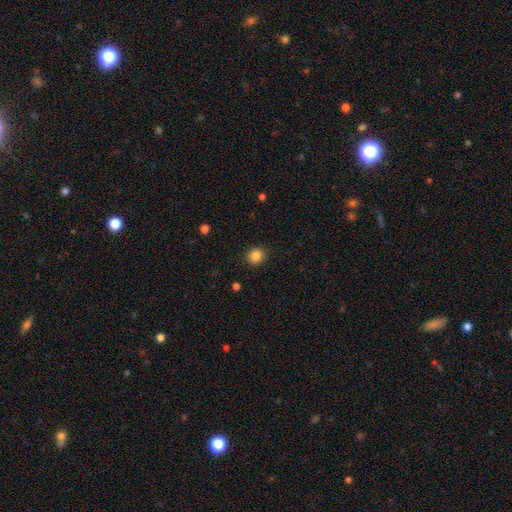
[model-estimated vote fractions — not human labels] A smooth galaxy with no disk features (86%) that is round (77%). Merging: none (89%).